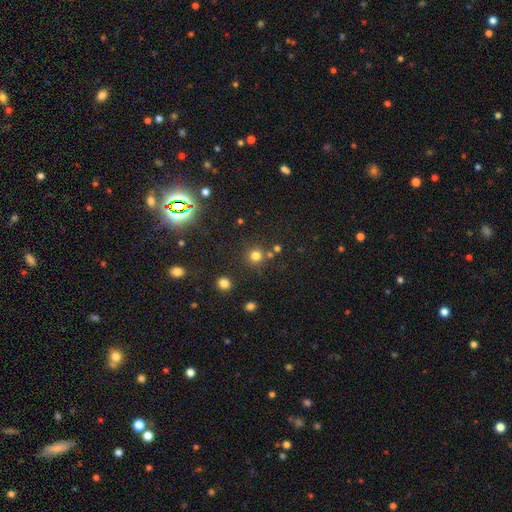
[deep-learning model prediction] This appears to be a smooth galaxy with no disk features (75%) that is round (93%). Merging: none (79%).